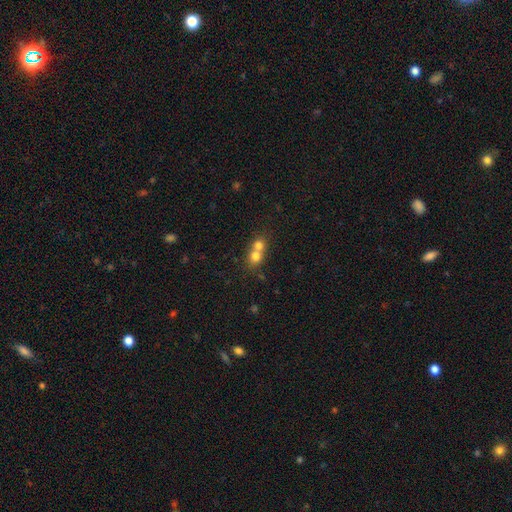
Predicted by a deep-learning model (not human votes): Overall: smooth (73%). How rounded: round (75%). Merging: merger (69%).